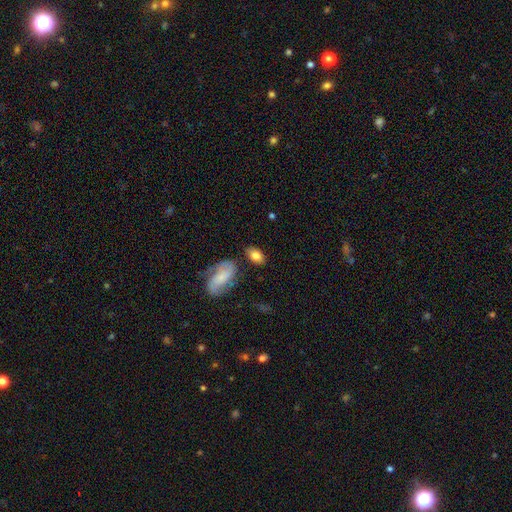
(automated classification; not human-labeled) A smooth galaxy with no disk features (76%) that is in between round and cigar-shaped (89%).

Vote fractions:
- Smooth or featured? smooth: 76% / featured or disk: 17% / star or artifact: 7%
- How rounded? in between: 89% / round: 8% / cigar-shaped: 3%
- Merging? none: 72% / minor disturbance: 15% / merger: 9% / major disturbance: 5%